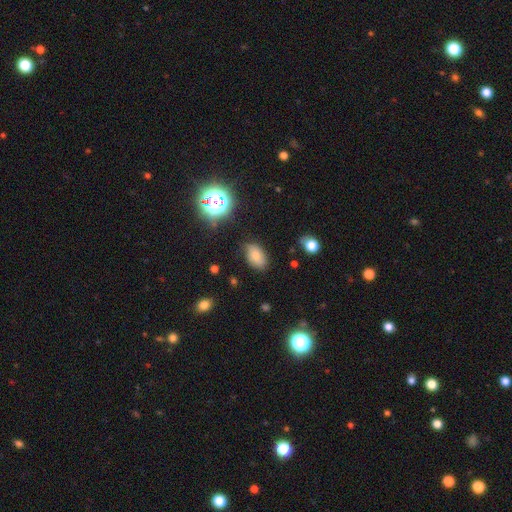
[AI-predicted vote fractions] A smooth galaxy with no disk features (73%) that is in between round and cigar-shaped (89%).

Vote fractions:
- Smooth or featured? smooth: 73% / star or artifact: 14% / featured or disk: 12%
- How rounded? in between: 89% / round: 9% / cigar-shaped: 1%
- Merging? none: 74% / minor disturbance: 20% / major disturbance: 5% / merger: 2%